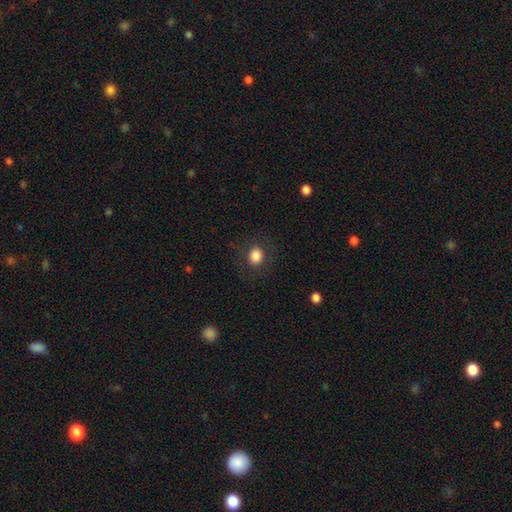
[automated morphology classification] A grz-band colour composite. It shows a smooth galaxy with no disk features (85%) that is round (68%). Merging: none (87%).